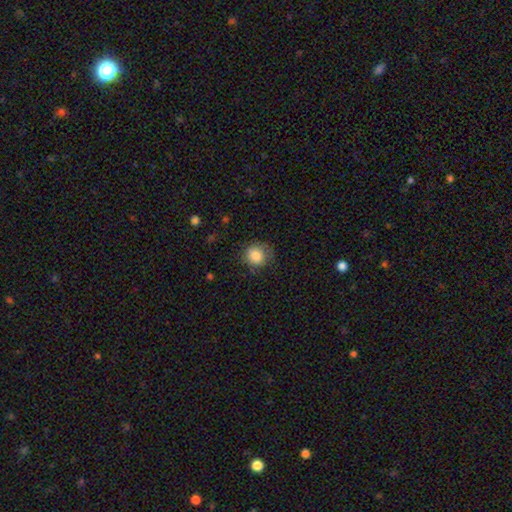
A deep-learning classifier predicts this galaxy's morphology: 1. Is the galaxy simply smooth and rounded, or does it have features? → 84% smooth, 8% star or artifact, 7% featured or disk.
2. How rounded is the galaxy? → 81% round, 18% in between, 1% cigar-shaped.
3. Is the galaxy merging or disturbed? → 69% none, 22% minor disturbance, 8% major disturbance, 1% merger.